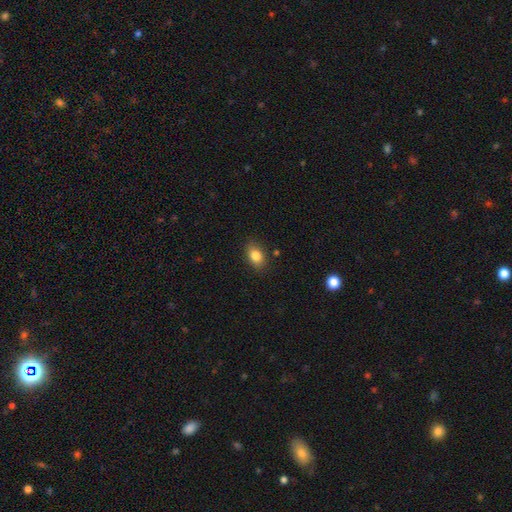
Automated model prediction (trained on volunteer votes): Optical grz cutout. It shows a smooth galaxy with no disk features (84%) that is in between round and cigar-shaped (78%). Merging: none (84%).